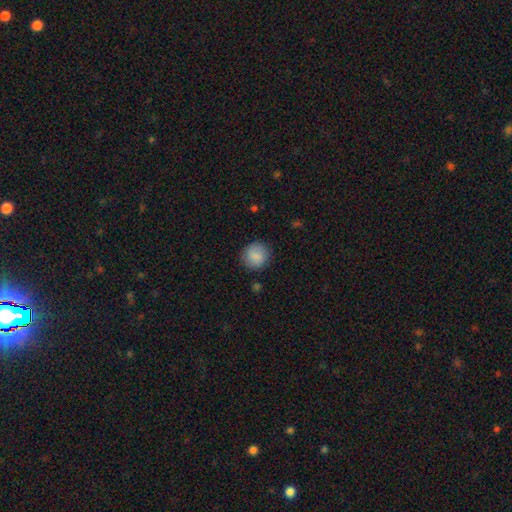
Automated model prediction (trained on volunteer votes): smooth 87%, star or artifact 7%, featured or disk 6%. Down the decision tree: how rounded — round (91%); merging — none (87%).